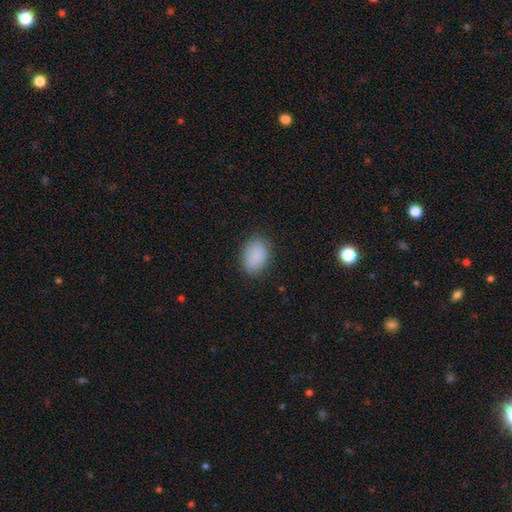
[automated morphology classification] Smooth or featured? smooth (89%)
How rounded? in between (78%)
Merging? none (85%)